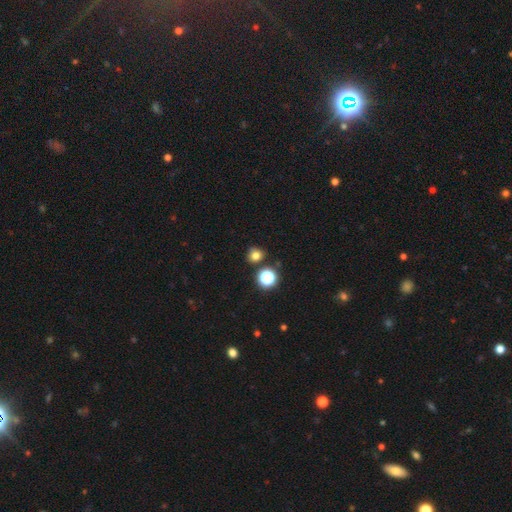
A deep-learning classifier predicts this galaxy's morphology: Smooth or featured? Predicted: smooth (p=0.75). How rounded? Predicted: round (p=0.83). Merging? Predicted: none (p=0.82).